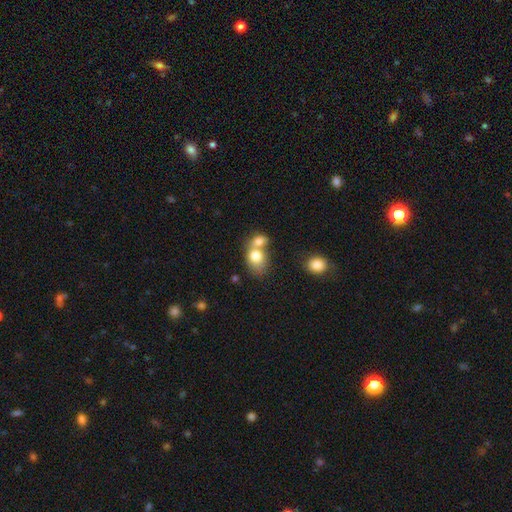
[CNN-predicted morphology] A smooth galaxy with no disk features (77%) that is in between round and cigar-shaped (62%). Merging: merger (65%).